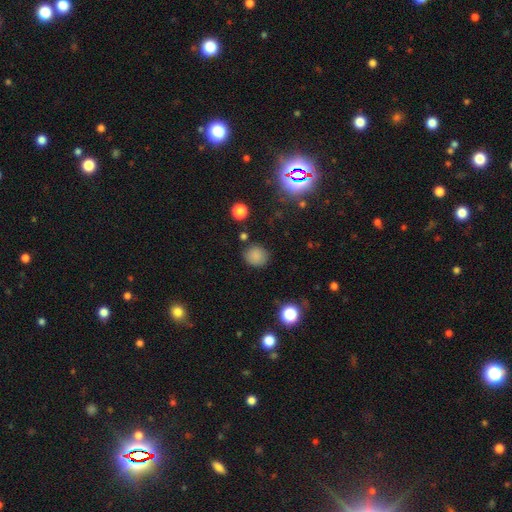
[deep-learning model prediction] Smooth or featured?
  - smooth: 81% *
  - star or artifact: 14%
  - featured or disk: 5%
How rounded?
  - round: 81% *
  - in between: 18%
  - cigar-shaped: 1%
Merging?
  - none: 82% *
  - minor disturbance: 11%
  - major disturbance: 3%
  - merger: 3%